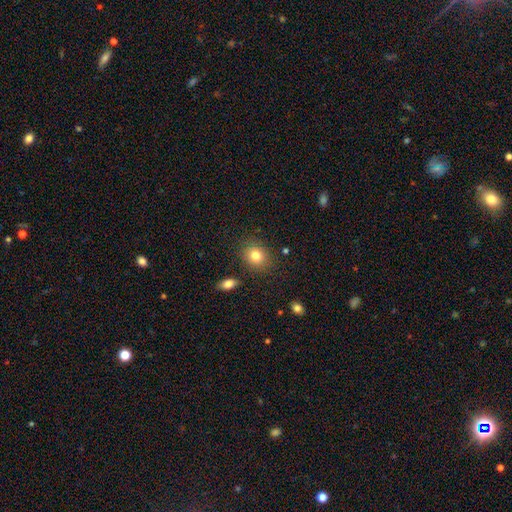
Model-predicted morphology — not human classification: This is clearly a smooth galaxy (81%). How rounded: likely round (67%). Merging: clearly none (85%).